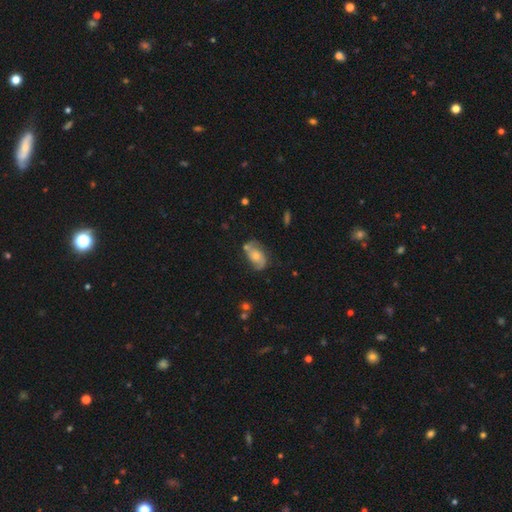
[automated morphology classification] A featured or disk galaxy (65%) with no bar (69%), 2 (80%) medium (43%) spiral arms (87%) and a moderate central bulge (52%). Merging: none (59%).